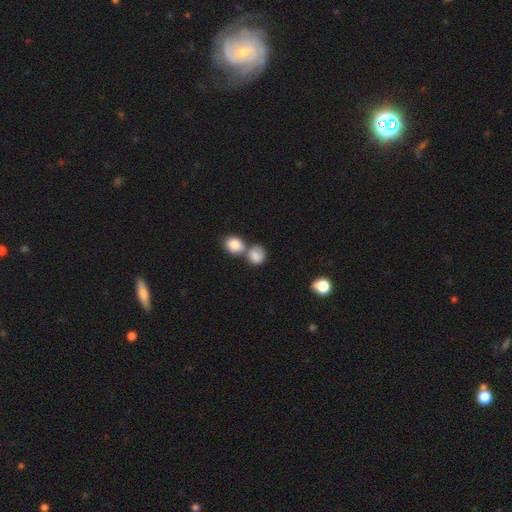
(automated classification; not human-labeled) This appears to be a smooth galaxy with no disk features (85%) that is round (66%). Merging: merger (54%).